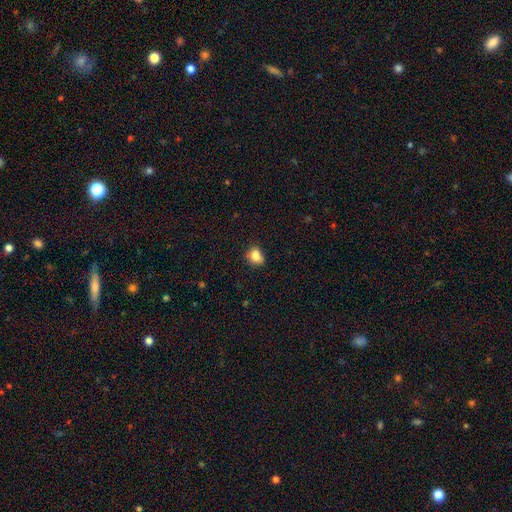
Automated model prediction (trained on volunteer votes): A smooth galaxy with no disk features (84%) that is round (50%).

Vote fractions:
- Smooth or featured? smooth: 84% / star or artifact: 10% / featured or disk: 6%
- How rounded? round: 50% / in between: 49% / cigar-shaped: 1%
- Merging? none: 65% / minor disturbance: 27% / major disturbance: 5% / merger: 3%